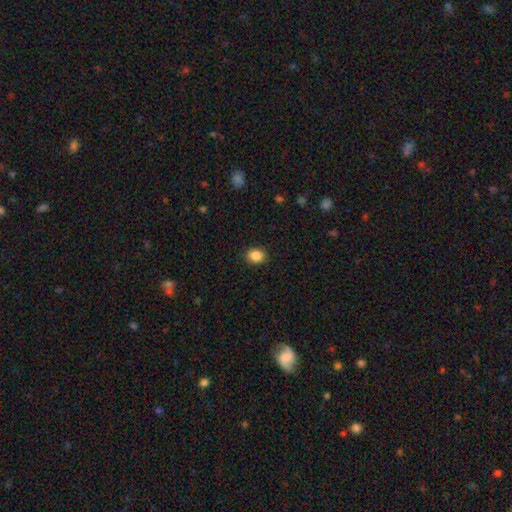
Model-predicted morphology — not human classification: This is clearly a smooth galaxy (87%). How rounded: possibly in between (51%). Merging: clearly none (89%).